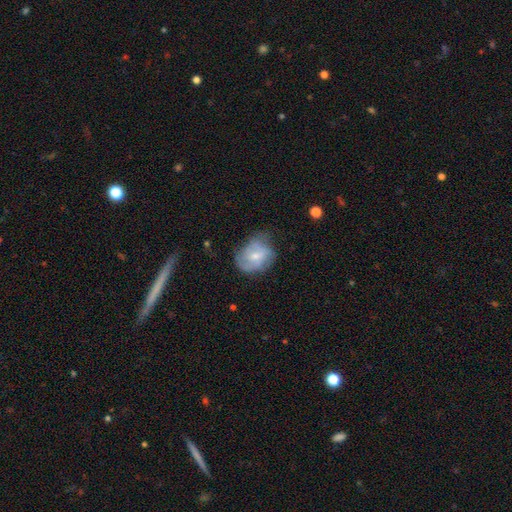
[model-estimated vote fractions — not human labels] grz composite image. It shows a smooth galaxy with no disk features (50%). Merging: none (48%).